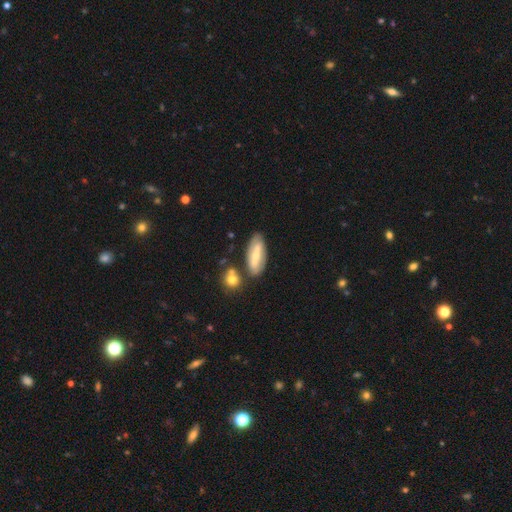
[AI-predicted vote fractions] Smooth or featured?
  - smooth: 48% *
  - featured or disk: 46%
  - star or artifact: 6%
Merging?
  - none: 75% *
  - minor disturbance: 14%
  - merger: 8%
  - major disturbance: 4%